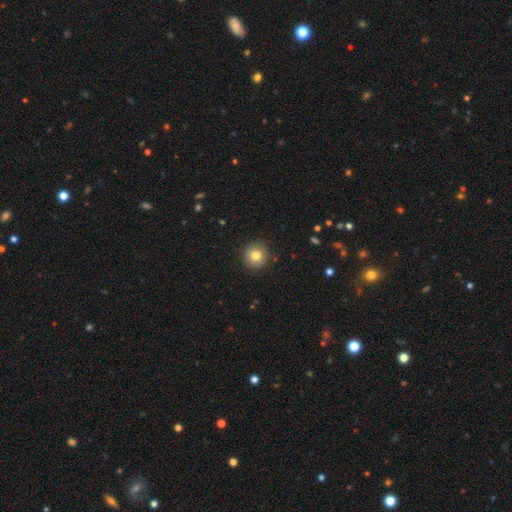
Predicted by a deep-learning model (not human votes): Q: Smooth or featured?
A: smooth (79%); runner-up: featured or disk (11%)
Q: How rounded?
A: round (95%); runner-up: in between (4%)
Q: Merging?
A: none (91%); runner-up: minor disturbance (6%)